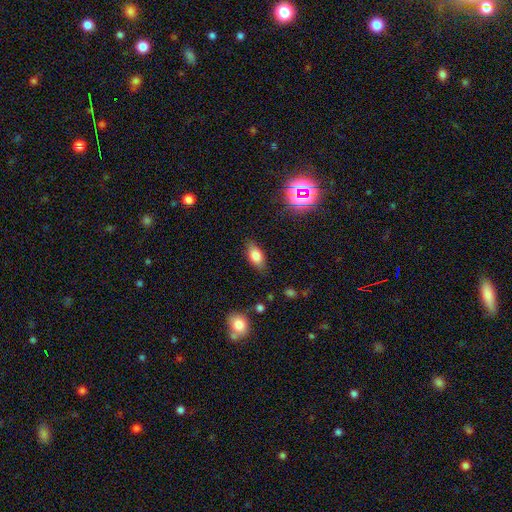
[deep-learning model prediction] smooth 78%, featured or disk 11%, star or artifact 11%. Down the decision tree: how rounded — in between (86%); merging — none (83%).